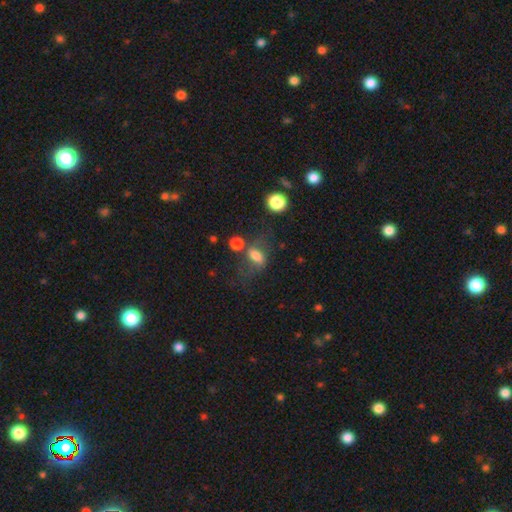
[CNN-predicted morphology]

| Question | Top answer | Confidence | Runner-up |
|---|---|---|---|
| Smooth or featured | smooth | 68% | featured or disk (19%) |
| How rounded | in between | 73% | round (21%) |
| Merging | none | 46% | minor disturbance (19%) |